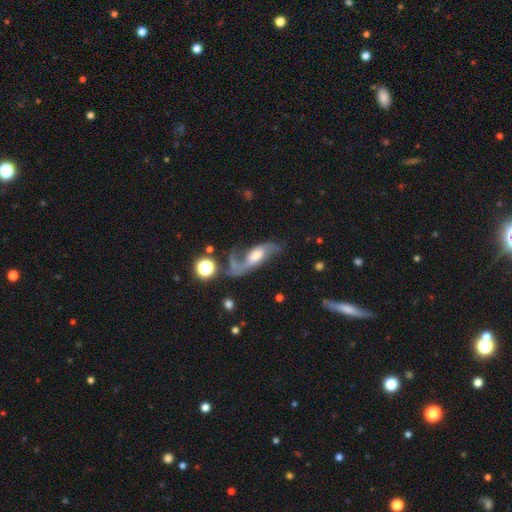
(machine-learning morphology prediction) smooth-or-featured: featured or disk: 80% | smooth: 13% | star or artifact: 8%
  disk-edge-on: no: 88% | yes: 12%
    bar: no: 44% | weak: 37% | strong: 19%
    has-spiral-arms: yes: 93% | no: 7%
      spiral-winding: loose: 73% | medium: 21% | tight: 6%
      spiral-arm-count: 2: 83% | 1: 9% | can't tell: 4% | 3: 1% | 4: 1% | more than 4: 1%
    bulge-size: moderate: 49% | large: 25% | small: 17% | none: 6% | dominant: 3%
  merging: none: 45% | major disturbance: 24% | minor disturbance: 20% | merger: 10%